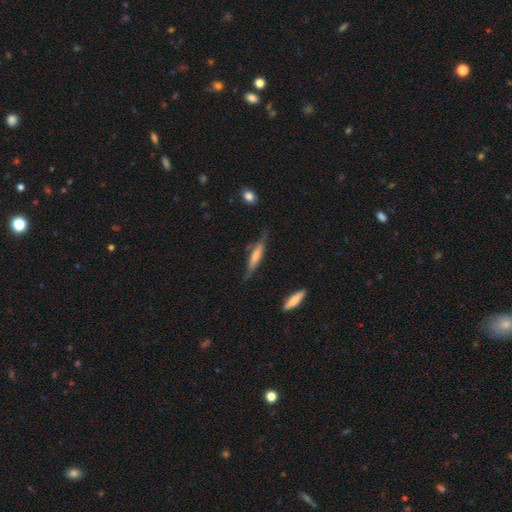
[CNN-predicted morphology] This is possibly a smooth galaxy (47%, tied with featured or disk). Merging: likely none (66%).